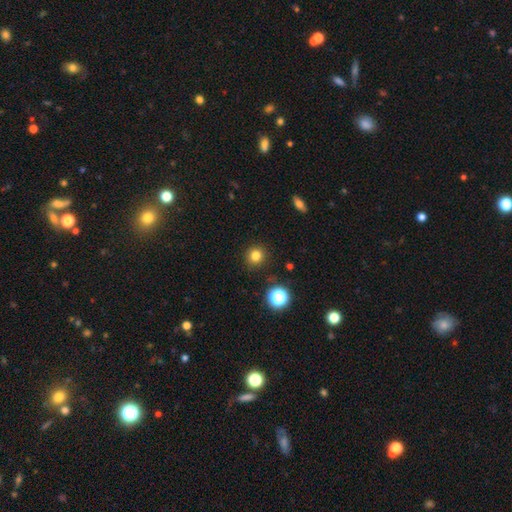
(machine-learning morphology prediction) Smooth or featured? Predicted: smooth (p=0.80). How rounded? Predicted: round (p=0.92). Merging? Predicted: none (p=0.91).